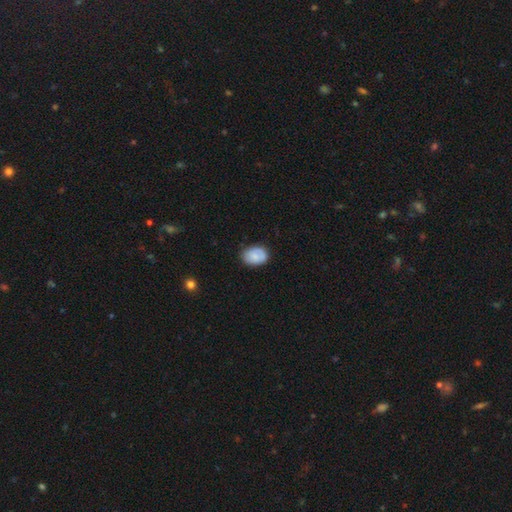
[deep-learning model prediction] smooth 79%, featured or disk 14%, star or artifact 7%. Down the decision tree: how rounded — in between (74%); merging — none (76%).